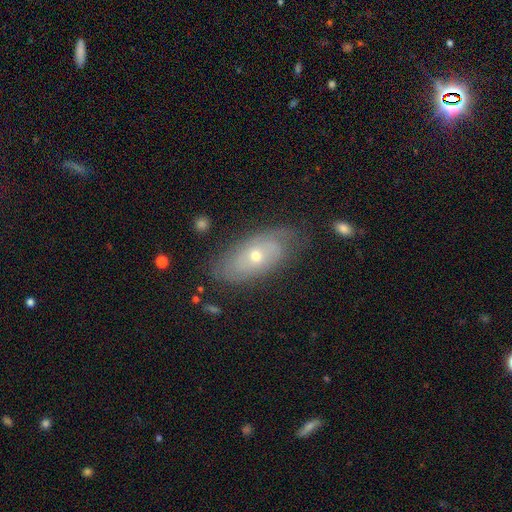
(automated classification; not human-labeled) Smooth or featured? featured or disk (63%)
Edge-on disk? no (87%)
Bar? no (83%)
Spiral arms? yes (68%)
Bulge size? moderate (50%)
Merging? none (74%)